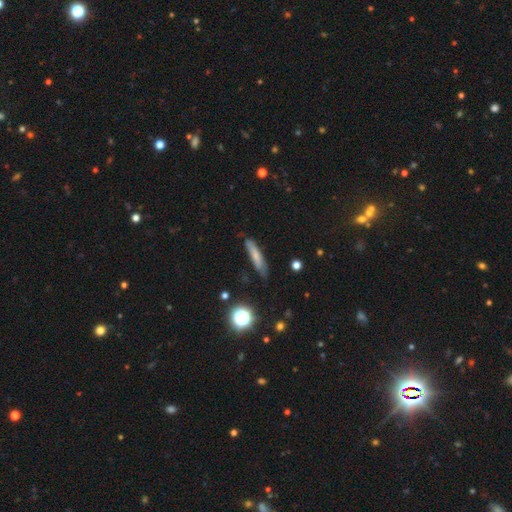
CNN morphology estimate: A smooth galaxy with no disk features (62%) that is cigar-shaped (84%). Merging: none (72%).